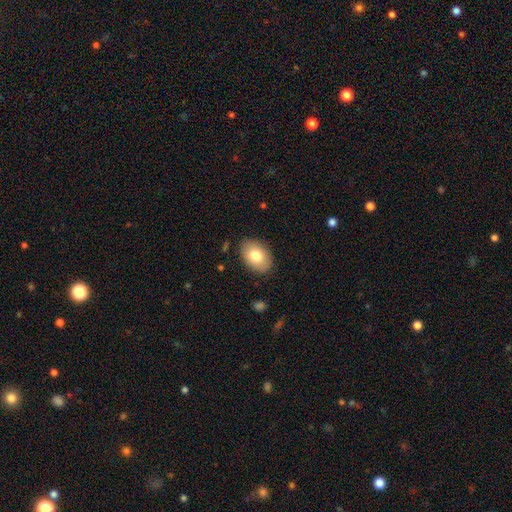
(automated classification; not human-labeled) Overall: smooth (78%). How rounded: in between (85%). Merging: none (87%).